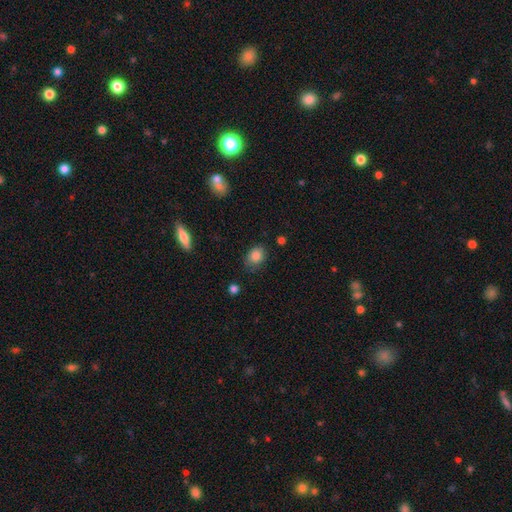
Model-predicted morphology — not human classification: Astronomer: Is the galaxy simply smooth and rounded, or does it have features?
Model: smooth — 85%.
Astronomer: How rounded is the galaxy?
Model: in between — 55% (runner-up: round, 44%).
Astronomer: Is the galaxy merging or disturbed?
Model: none — 76%.